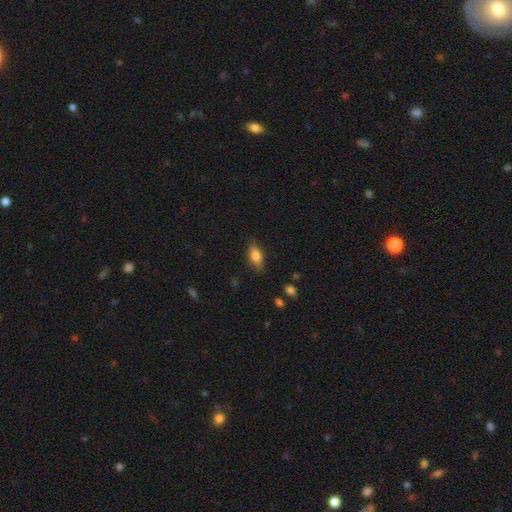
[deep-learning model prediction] Overall: smooth (78%). How rounded: in between (82%). Merging: none (81%).